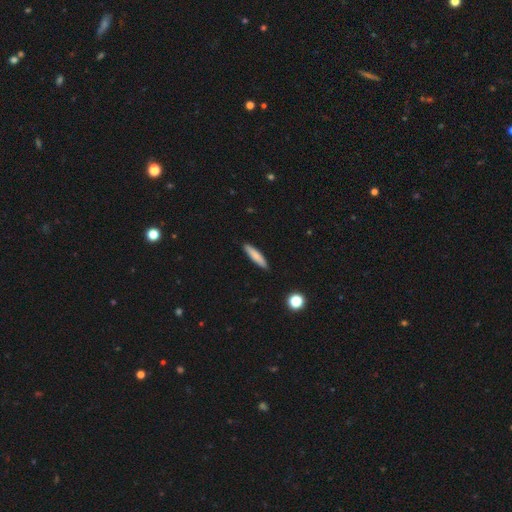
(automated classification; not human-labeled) This appears to be a smooth galaxy with no disk features (79%) that is cigar-shaped (82%). Merging: none (89%).